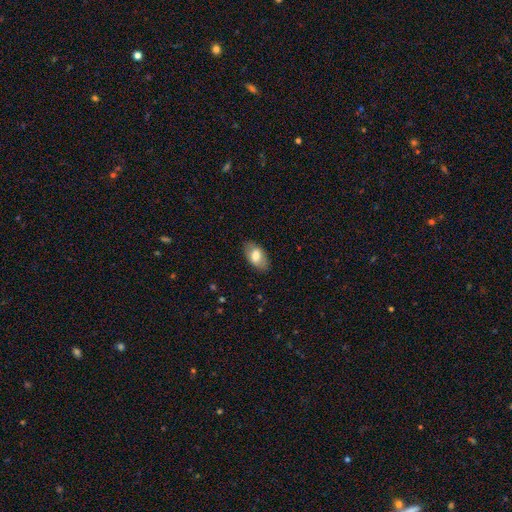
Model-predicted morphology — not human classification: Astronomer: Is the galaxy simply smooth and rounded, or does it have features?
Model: smooth — 71%.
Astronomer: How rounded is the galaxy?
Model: in between — 93%.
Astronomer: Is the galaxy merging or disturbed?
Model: none — 83%.